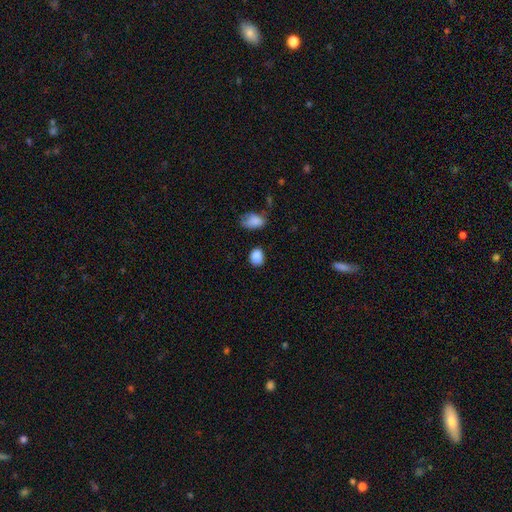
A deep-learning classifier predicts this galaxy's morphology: type=smooth (87%); roundness=in between (52%); merging=none (79%).